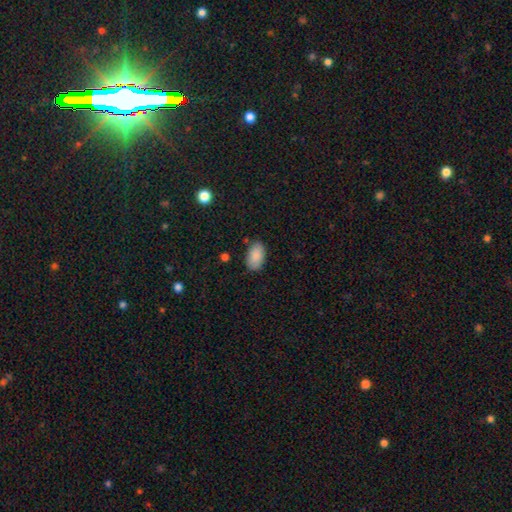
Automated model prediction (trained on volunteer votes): Overall: smooth (88%). How rounded: in between (94%). Merging: none (82%).